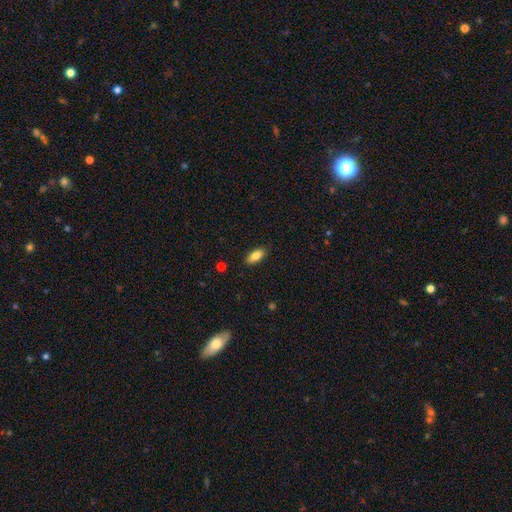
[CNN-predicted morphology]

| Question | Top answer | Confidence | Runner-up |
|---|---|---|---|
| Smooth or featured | smooth | 80% | featured or disk (13%) |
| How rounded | in between | 84% | cigar-shaped (14%) |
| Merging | none | 88% | minor disturbance (9%) |